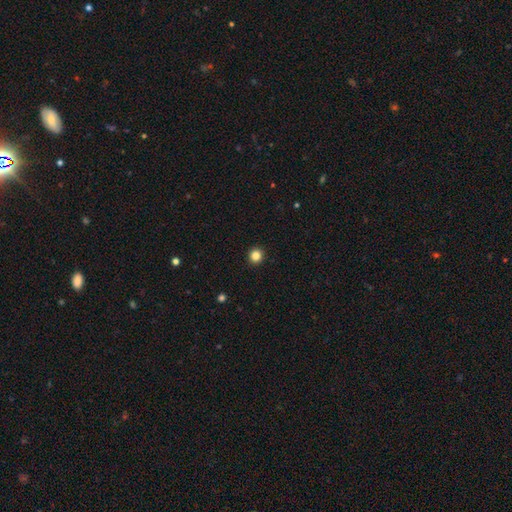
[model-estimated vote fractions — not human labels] smooth 84%, star or artifact 12%, featured or disk 4%. Down the decision tree: how rounded — round (93%); merging — none (93%).